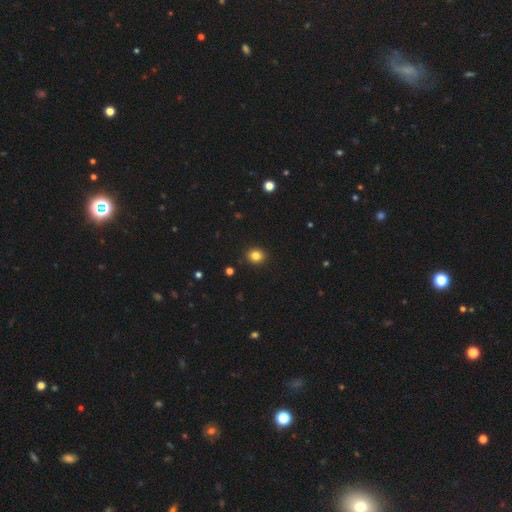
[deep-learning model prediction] The model was most divided on "how rounded": round: 78%, in between: 21%, cigar-shaped: 1%. More confident: merging — none (91%); smooth or featured — smooth (83%).